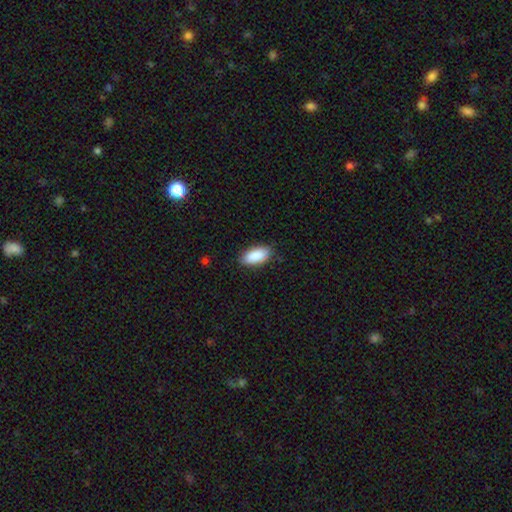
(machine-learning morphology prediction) Overall: smooth (90%). How rounded: in between (92%). Merging: none (84%).